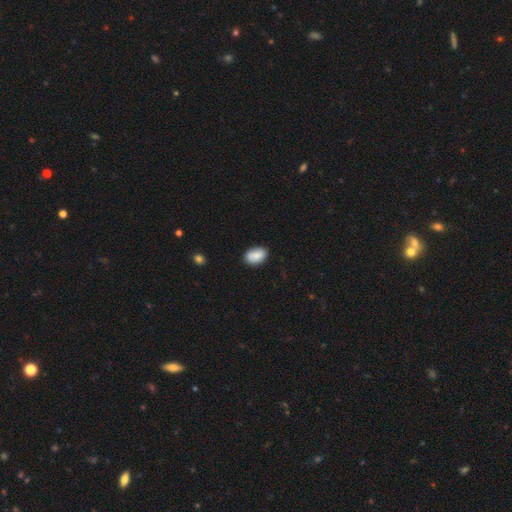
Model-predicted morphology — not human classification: Smooth or featured: smooth — 86% (star or artifact — 7%)
How rounded: in between — 89% (round — 10%)
Merging: none — 79% (minor disturbance — 16%)